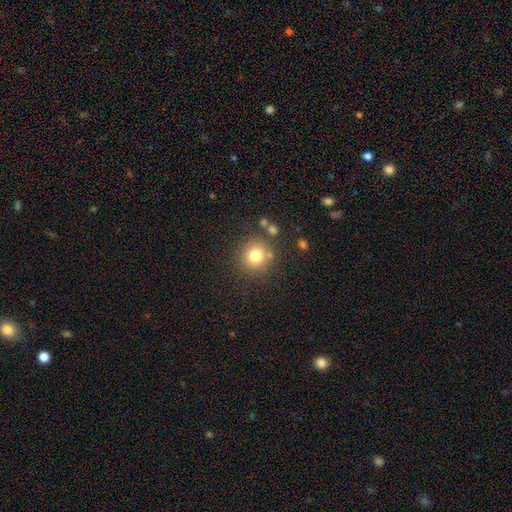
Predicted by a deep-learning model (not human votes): Smooth or featured?
  - smooth: 77% *
  - star or artifact: 14%
  - featured or disk: 9%
How rounded?
  - round: 90% *
  - in between: 9%
  - cigar-shaped: 1%
Merging?
  - none: 80% *
  - minor disturbance: 10%
  - merger: 7%
  - major disturbance: 4%